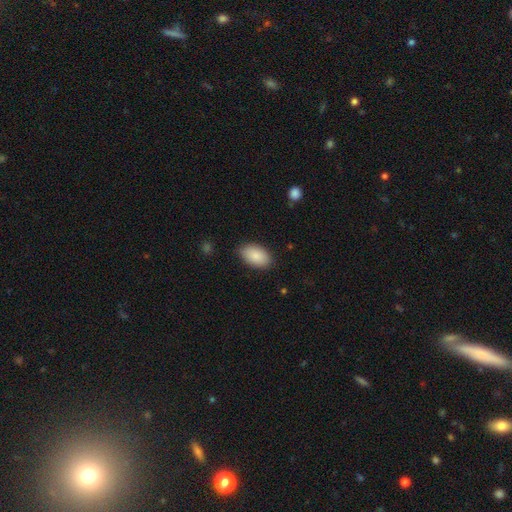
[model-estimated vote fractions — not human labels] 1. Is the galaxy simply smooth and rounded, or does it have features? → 88% smooth, 6% star or artifact, 6% featured or disk.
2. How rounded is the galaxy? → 94% in between, 5% round, 1% cigar-shaped.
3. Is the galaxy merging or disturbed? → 84% none, 13% minor disturbance, 3% major disturbance, 1% merger.